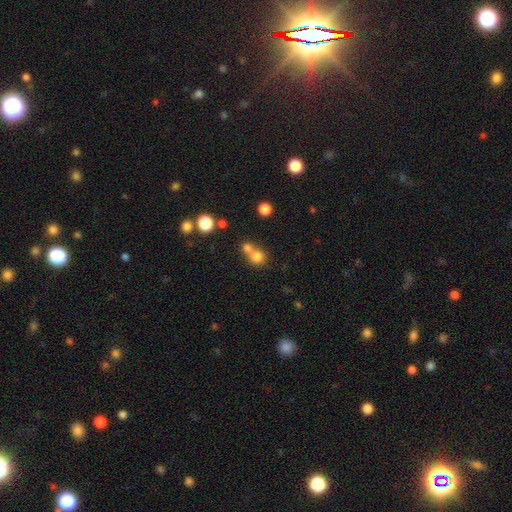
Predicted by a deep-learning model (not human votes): Smooth or featured: smooth — 75% (star or artifact — 15%)
How rounded: round — 82% (in between — 17%)
Merging: merger — 49% (none — 42%)